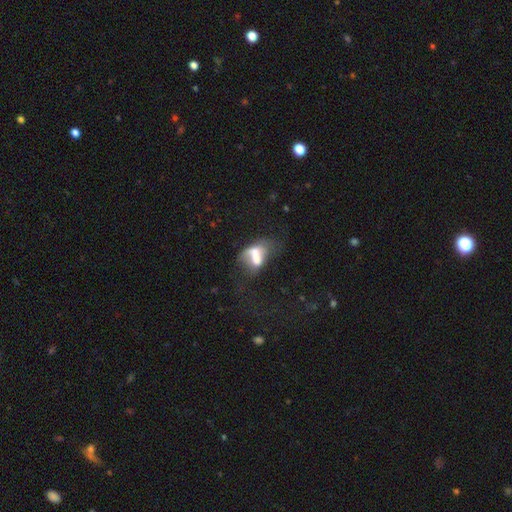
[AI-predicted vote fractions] This is possibly a smooth galaxy (49%). Merging: marginally major disturbance (34%, tied with merger).